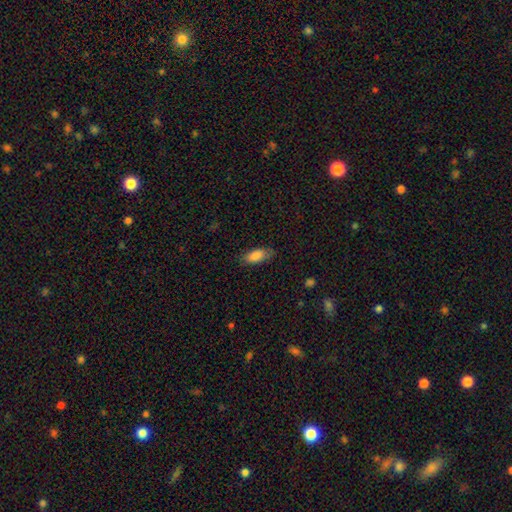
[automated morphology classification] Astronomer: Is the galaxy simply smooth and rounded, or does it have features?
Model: smooth — 85%.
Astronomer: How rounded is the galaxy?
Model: in between — 79%.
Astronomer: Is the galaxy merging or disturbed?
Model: none — 78%.